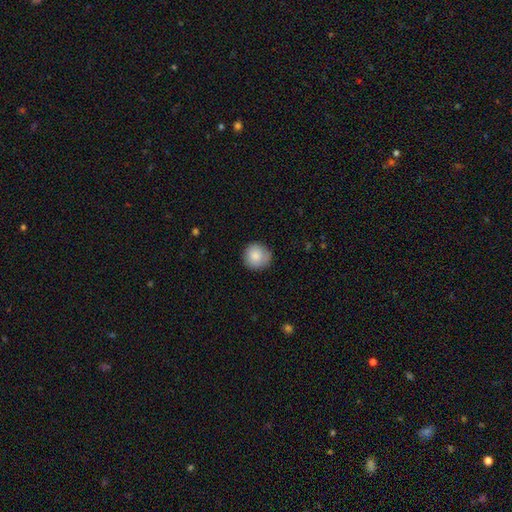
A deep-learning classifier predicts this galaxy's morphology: smooth-or-featured: smooth: 86% | star or artifact: 8% | featured or disk: 7%
  how-rounded: round: 93% | in between: 6% | cigar-shaped: 1%
  merging: none: 82% | minor disturbance: 15% | major disturbance: 3% | merger: 1%